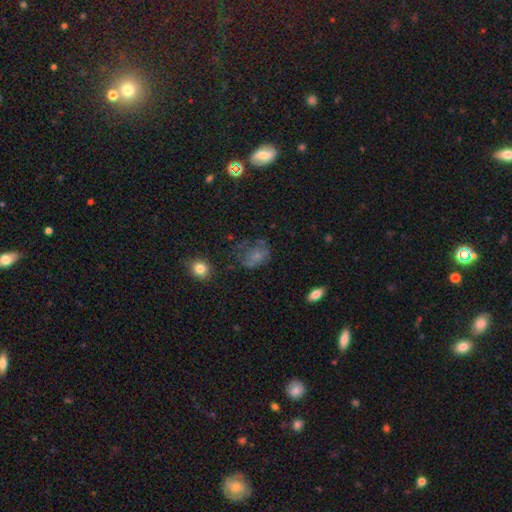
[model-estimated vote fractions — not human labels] The model was most divided on "how rounded": in between: 52%, round: 46%, cigar-shaped: 1%. Remaining: smooth or featured — smooth (56%); merging — none (47%).